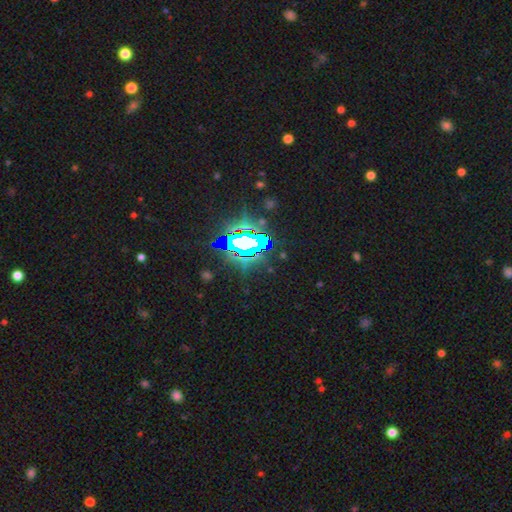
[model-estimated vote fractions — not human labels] Morphology: type=star or artifact (83%).